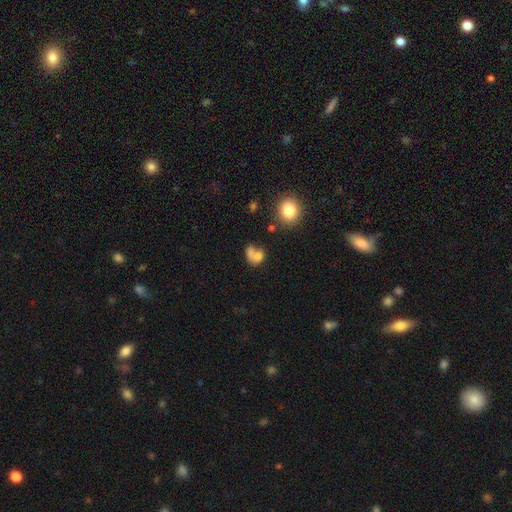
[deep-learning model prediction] This is likely a smooth galaxy (71%). How rounded: possibly round (50%). Merging: possibly merger (55%).